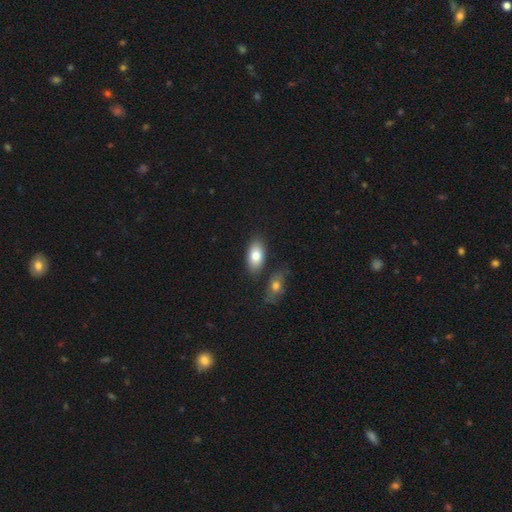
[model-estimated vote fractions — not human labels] This is clearly a smooth galaxy (82%). How rounded: clearly in between (93%). Merging: likely none (78%).